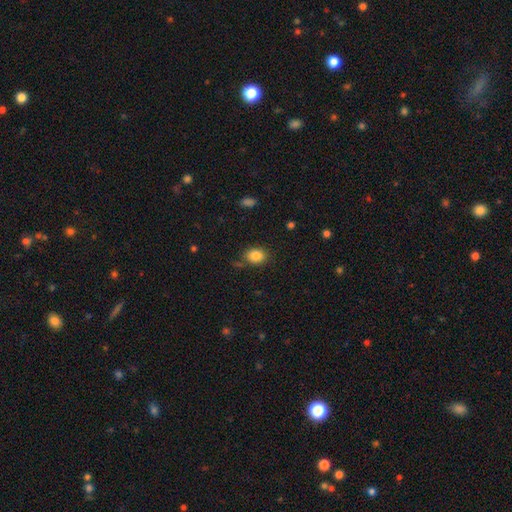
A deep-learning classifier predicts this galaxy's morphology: Overall: smooth (84%). How rounded: in between (54%; round 45%). Merging: none (75%).